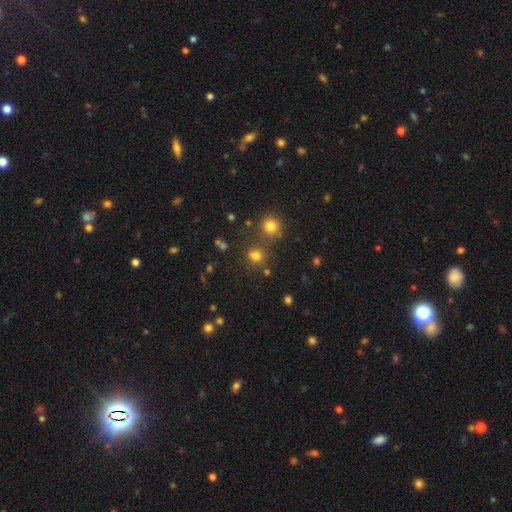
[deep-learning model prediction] Overall: smooth (73%). How rounded: round (88%). Merging: none (72%).